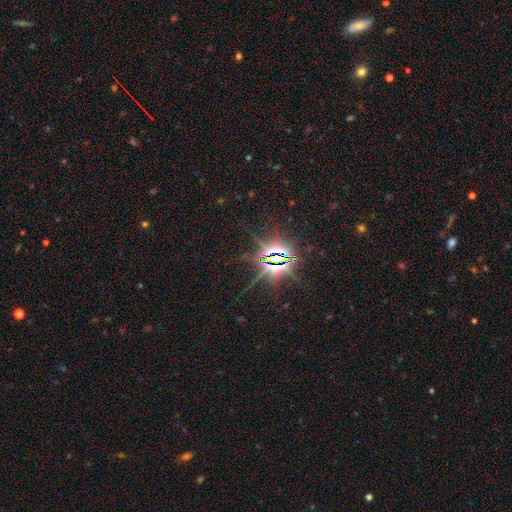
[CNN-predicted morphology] The model was most divided on "smooth or featured": star or artifact: 86%, smooth: 8%, featured or disk: 6%.